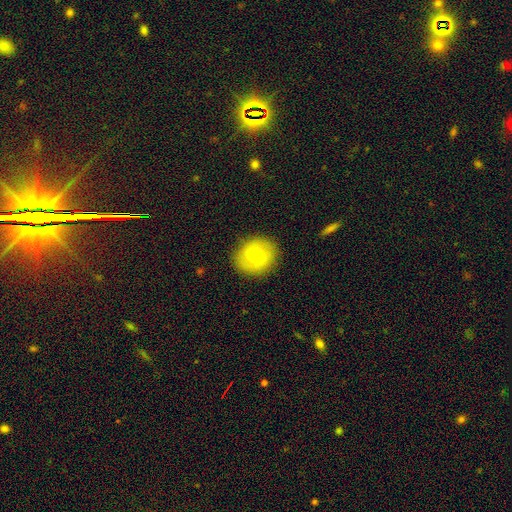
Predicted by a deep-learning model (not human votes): Morphology: type=smooth (62%); roundness=round (79%); merging=none (88%).